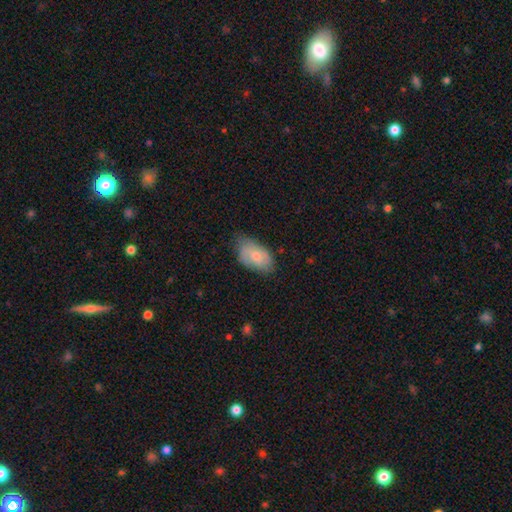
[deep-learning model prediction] Overall: smooth (72%). How rounded: in between (93%). Merging: none (61%; minor disturbance 31%).